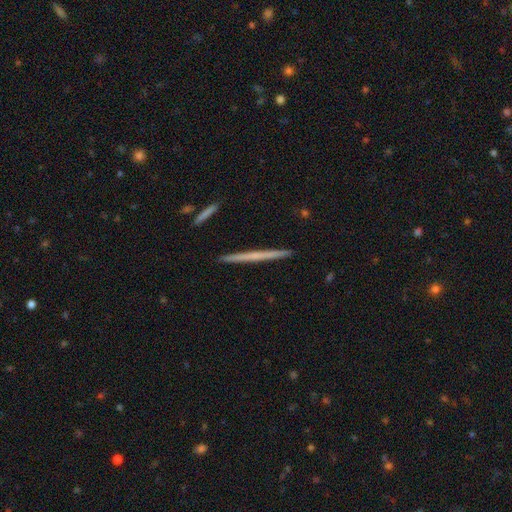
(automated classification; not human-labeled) featured or disk 54%, smooth 41%, star or artifact 5%. Down the decision tree: edge-on disk — yes (98%); edge-on bulge — none (88%); merging — none (93%).